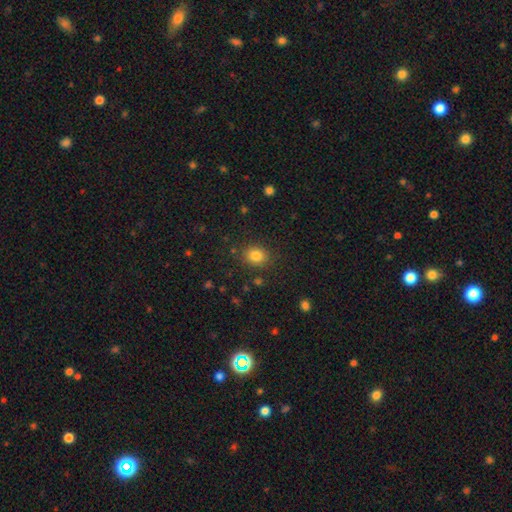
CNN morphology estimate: Smooth or featured? smooth (83%)
How rounded? round (56%)
Merging? none (85%)